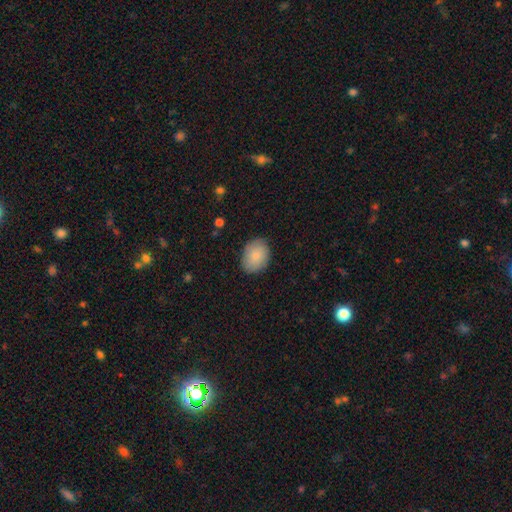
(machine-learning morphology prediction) smooth 85%, featured or disk 9%, star or artifact 6%. Down the decision tree: how rounded — in between (68%); merging — none (84%).